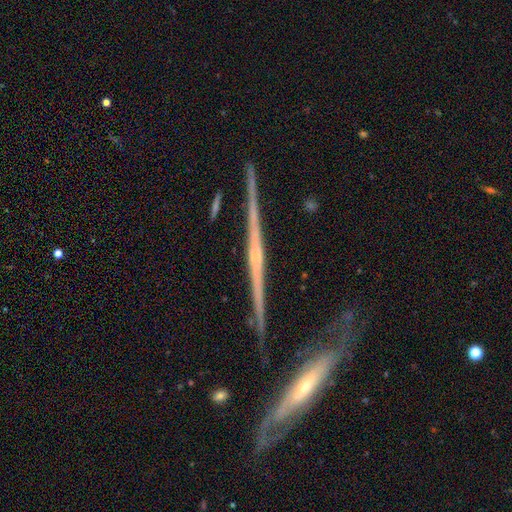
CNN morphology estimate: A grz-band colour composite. It shows a featured or disk galaxy (83%) viewed edge-on (97%) with a rounded central bulge (47%). Merging: none (81%).